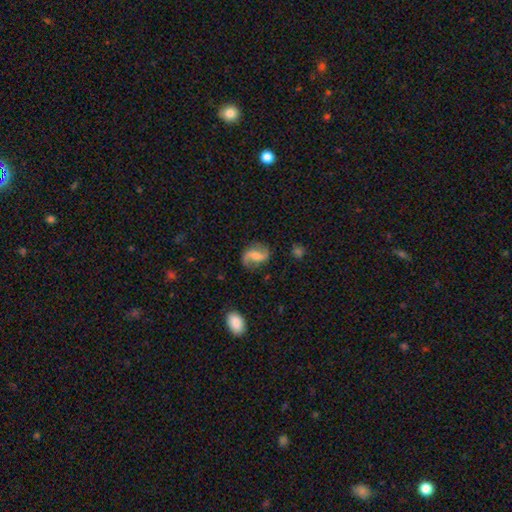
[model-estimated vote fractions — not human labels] Smooth or featured?
  - featured or disk: 81% *
  - smooth: 13%
  - star or artifact: 6%
Edge-on disk?
  - no: 97% *
  - yes: 3%
Bar?
  - weak: 41% * (tied)
  - no: 41% * (tied)
  - strong: 19%
Spiral arms?
  - yes: 96% *
  - no: 4%
Spiral winding?
  - loose: 63% *
  - medium: 29%
  - tight: 7%
Spiral arm count?
  - 2: 91% *
  - 1: 3%
  - can't tell: 2%
  - 3: 1%
  - 4: 1%
  - more than 4: 1%
Bulge size?
  - moderate: 49% *
  - small: 40%
  - none: 6%
  - large: 4%
  - dominant: 1%
Merging?
  - none: 79% *
  - minor disturbance: 14%
  - major disturbance: 5%
  - merger: 2%